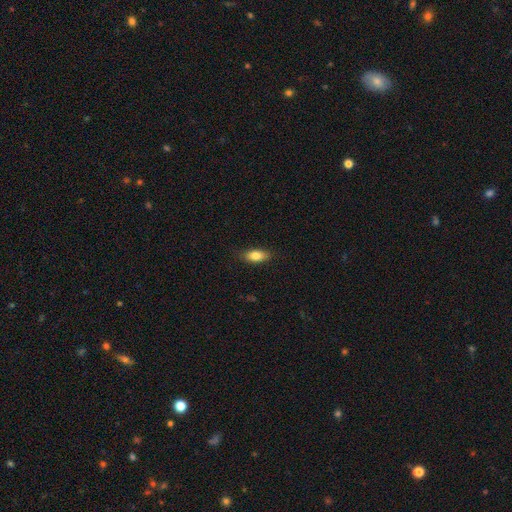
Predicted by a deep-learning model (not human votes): A smooth galaxy with no disk features (81%) that is in between round and cigar-shaped (84%). Merging: none (86%).